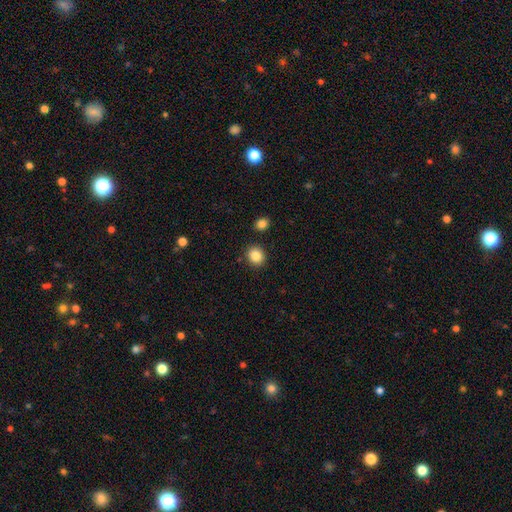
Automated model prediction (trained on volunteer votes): A smooth galaxy with no disk features (86%) that is round (75%).

Vote fractions:
- Smooth or featured? smooth: 86% / star or artifact: 9% / featured or disk: 5%
- How rounded? round: 75% / in between: 24% / cigar-shaped: 1%
- Merging? none: 88% / minor disturbance: 7% / merger: 3% / major disturbance: 2%